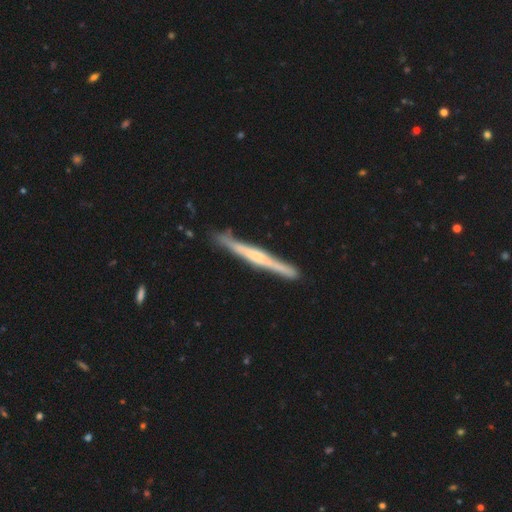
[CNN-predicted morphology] Smooth or featured? Predicted: featured or disk (p=0.69). Edge-on disk? Predicted: yes (p=0.97). Edge-on bulge? Predicted: none (p=0.36). Merging? Predicted: none (p=0.84).